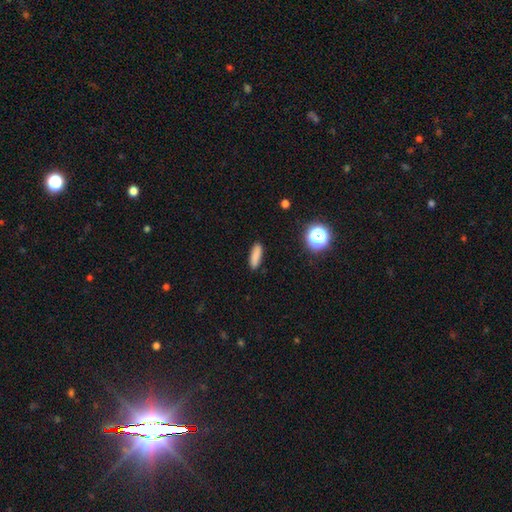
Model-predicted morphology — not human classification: Smooth or featured? smooth (85%)
How rounded? cigar-shaped (58%)
Merging? none (89%)